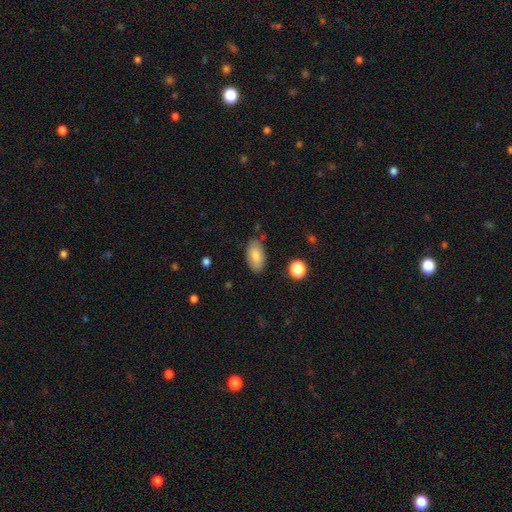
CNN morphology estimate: smooth 79%, featured or disk 13%, star or artifact 7%. Down the decision tree: how rounded — in between (93%); merging — none (81%).